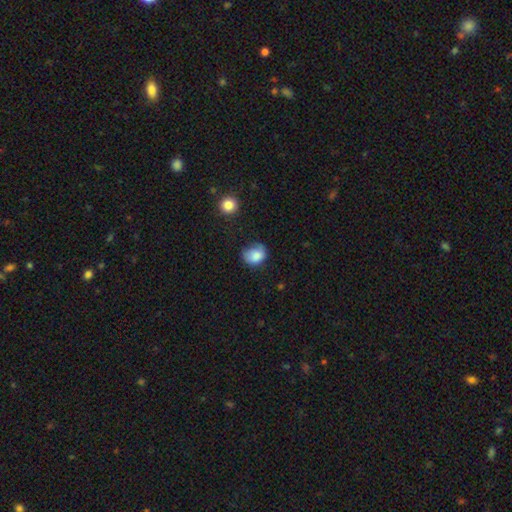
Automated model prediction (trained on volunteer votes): smooth-or-featured: smooth: 83% | star or artifact: 9% | featured or disk: 8%
  how-rounded: in between: 50% | round: 49% | cigar-shaped: 1%
  merging: none: 48% | minor disturbance: 36% | major disturbance: 13% | merger: 3%